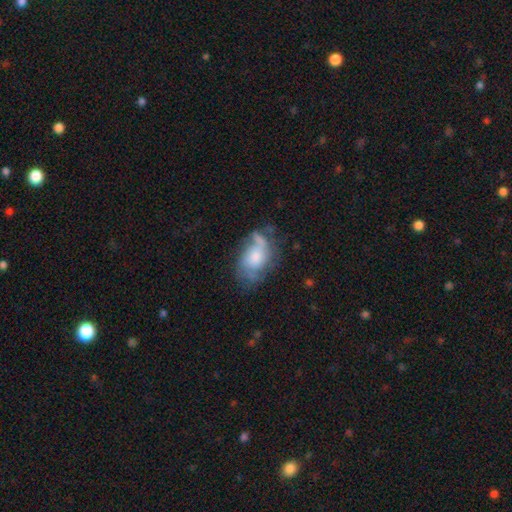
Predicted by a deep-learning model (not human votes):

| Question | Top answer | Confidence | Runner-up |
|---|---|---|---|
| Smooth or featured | featured or disk | 54% | smooth (38%) |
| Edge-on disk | no | 96% | yes (4%) |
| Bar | no | 77% | weak (20%) |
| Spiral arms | yes | 72% | no (28%) |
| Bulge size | moderate | 38% | small (27%) |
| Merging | none | 42% | minor disturbance (27%) |